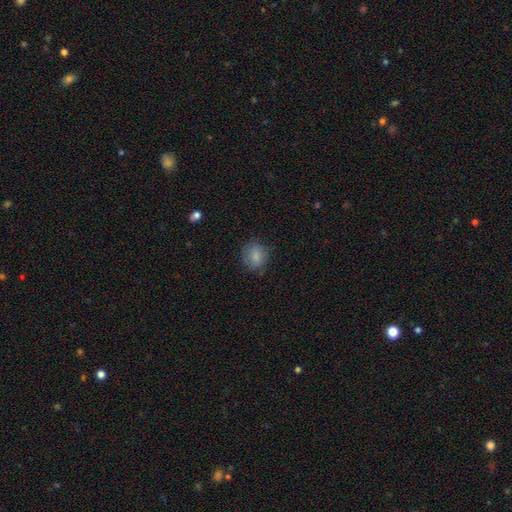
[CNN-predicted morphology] smooth_or_featured: smooth (p=0.83) [alt: star or artifact p=0.09]
how_rounded: round (p=0.73) [alt: in between p=0.26]
merging: none (p=0.76) [alt: minor disturbance p=0.18]